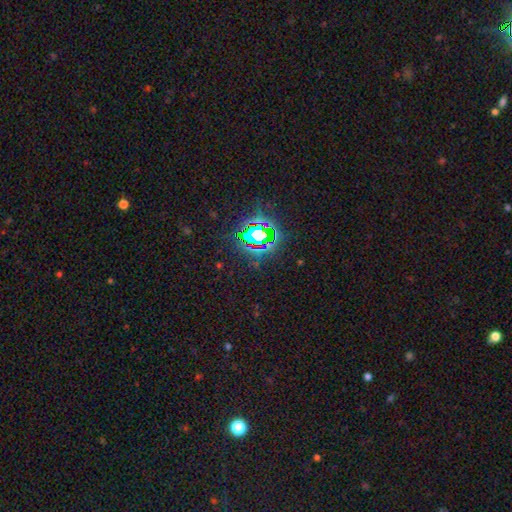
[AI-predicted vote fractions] Smooth or featured? Predicted: star or artifact (p=0.81).